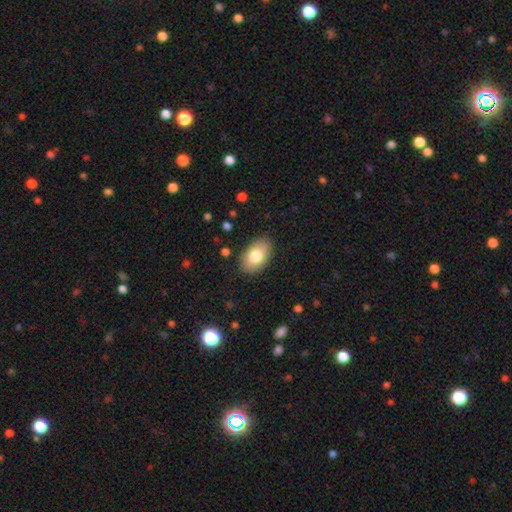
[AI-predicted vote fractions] A smooth galaxy with no disk features (79%) that is in between round and cigar-shaped (90%).

Vote fractions:
- Smooth or featured? smooth: 79% / featured or disk: 14% / star or artifact: 7%
- How rounded? in between: 90% / round: 9% / cigar-shaped: 1%
- Merging? none: 86% / minor disturbance: 10% / major disturbance: 3% / merger: 1%